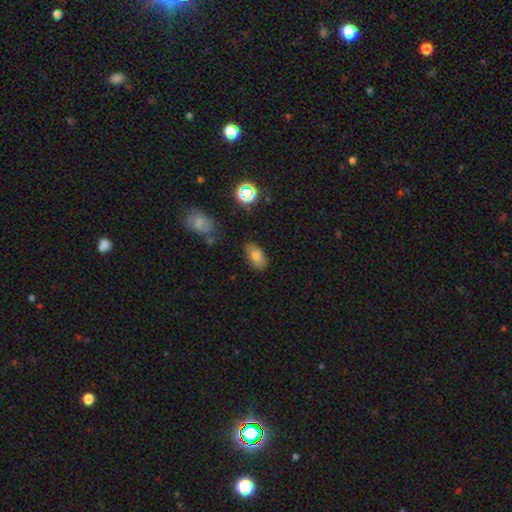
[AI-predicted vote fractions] The model was most divided on "merging": none: 78%, minor disturbance: 16%, major disturbance: 4%, merger: 3%. More confident: how rounded — in between (90%); smooth or featured — smooth (77%).